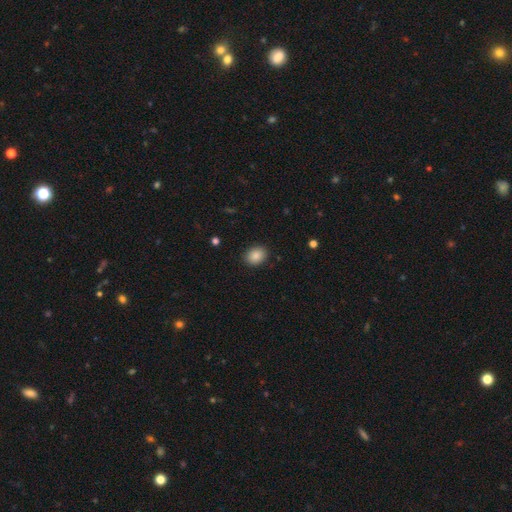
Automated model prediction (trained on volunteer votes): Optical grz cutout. It shows a smooth galaxy with no disk features (87%) that is in between round and cigar-shaped (61%). Merging: none (89%).